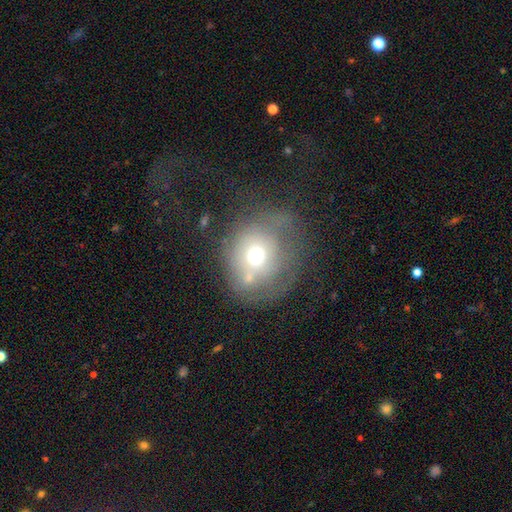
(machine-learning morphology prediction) smooth-or-featured: smooth: 57% | featured or disk: 26% | star or artifact: 17%
  how-rounded: round: 82% | in between: 17% | cigar-shaped: 1%
  merging: none: 44% | major disturbance: 28% | minor disturbance: 22% | merger: 5%